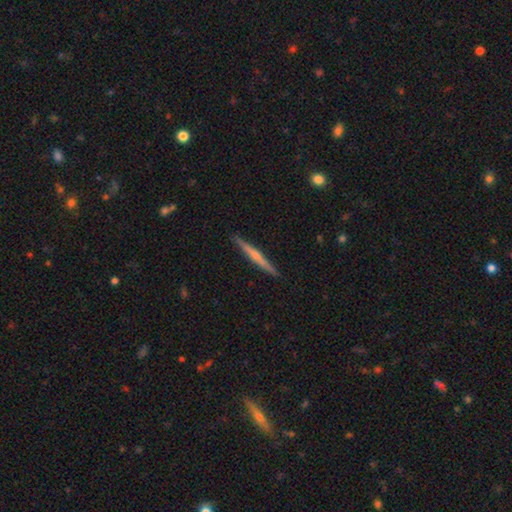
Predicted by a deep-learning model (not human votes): A featured or disk galaxy (58%) viewed edge-on (98%) with a rounded central bulge (52%).

Vote fractions:
- Smooth or featured? featured or disk: 58% / smooth: 36% / star or artifact: 5%
- Edge-on disk? yes: 98% / no: 2%
- Edge-on bulge? rounded: 52% / none: 41% / boxy: 7%
- Merging? none: 91% / minor disturbance: 7% / major disturbance: 1% / merger: 1%